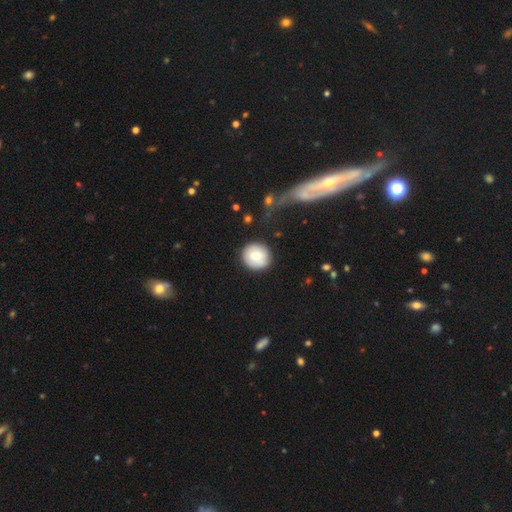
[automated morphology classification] Smooth or featured?
  - smooth: 72% *
  - featured or disk: 20%
  - star or artifact: 7%
How rounded?
  - round: 90% *
  - in between: 9%
  - cigar-shaped: 1%
Merging?
  - none: 83% *
  - minor disturbance: 11%
  - major disturbance: 3%
  - merger: 3%